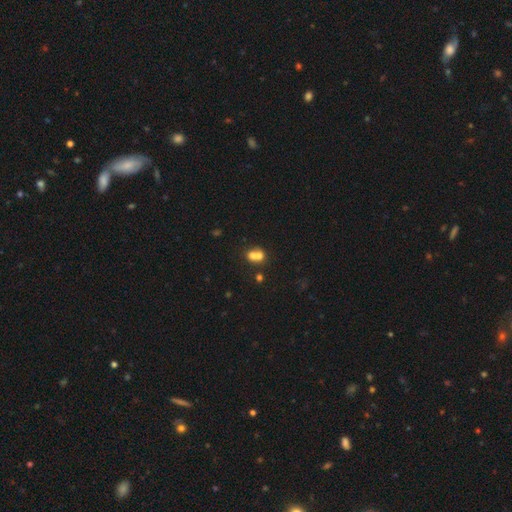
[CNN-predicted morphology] smooth-or-featured: smooth: 67% | featured or disk: 20% | star or artifact: 13%
  how-rounded: round: 63% | in between: 36% | cigar-shaped: 1%
  merging: merger: 65% | none: 26% | minor disturbance: 6% | major disturbance: 3%